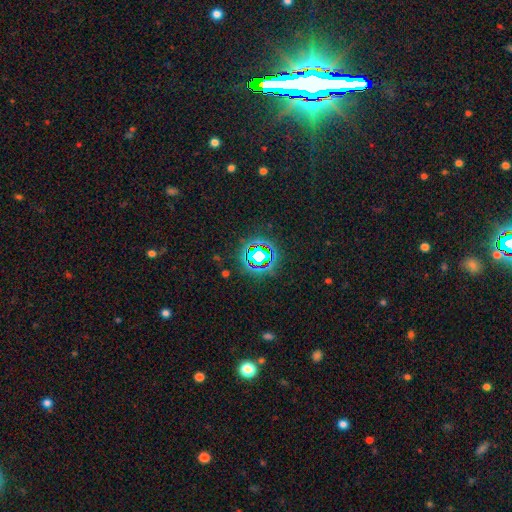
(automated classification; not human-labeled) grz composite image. It shows a star or artifact, not a galaxy (70%).